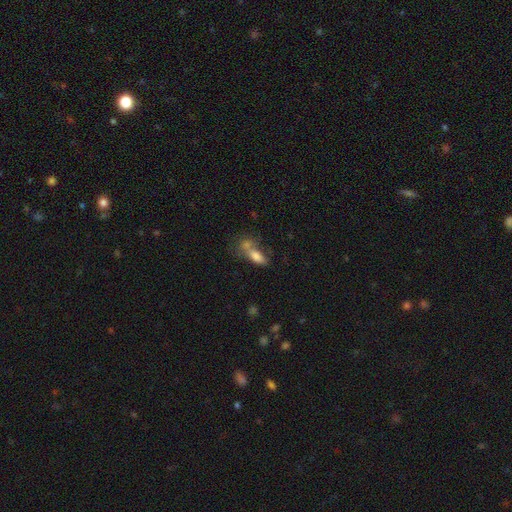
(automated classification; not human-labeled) A smooth galaxy with no disk features (76%) that is in between round and cigar-shaped (76%). Merging: merger (46%).